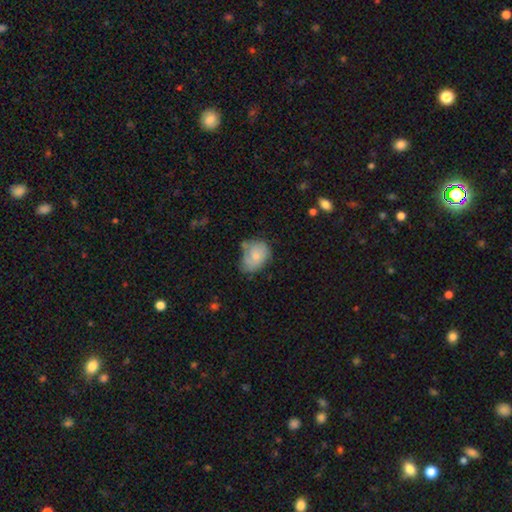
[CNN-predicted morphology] smooth_or_featured: smooth (p=0.61) [alt: featured or disk p=0.31]
how_rounded: in between (p=0.59) [alt: round p=0.40]
merging: none (p=0.45) [alt: minor disturbance p=0.34]